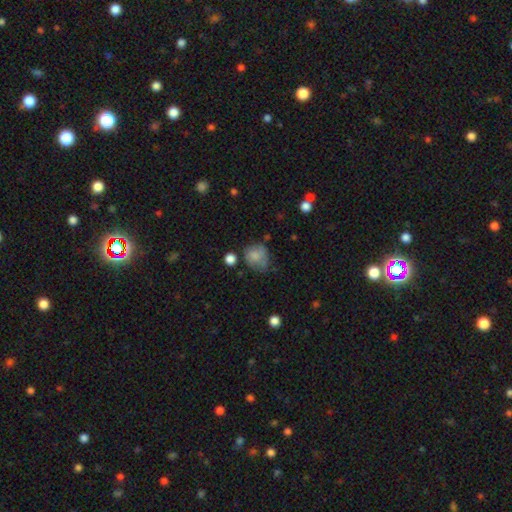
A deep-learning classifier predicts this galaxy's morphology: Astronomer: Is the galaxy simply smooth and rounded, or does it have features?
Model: smooth — 75%.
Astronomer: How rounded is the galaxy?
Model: round — 67%.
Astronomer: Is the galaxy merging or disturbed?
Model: none — 45% (runner-up: minor disturbance, 34%).